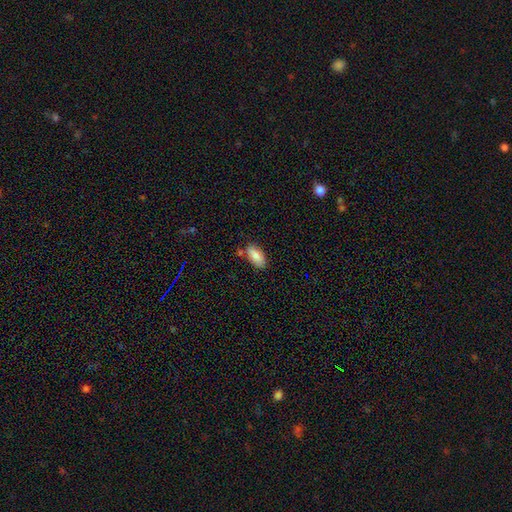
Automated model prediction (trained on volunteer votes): Smooth or featured? smooth (84%)
How rounded? in between (91%)
Merging? none (75%)